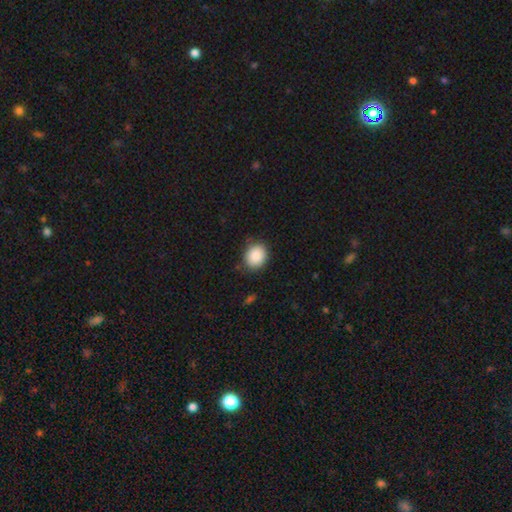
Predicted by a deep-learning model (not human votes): A smooth galaxy with no disk features (89%) that is round (61%). Merging: none (84%).